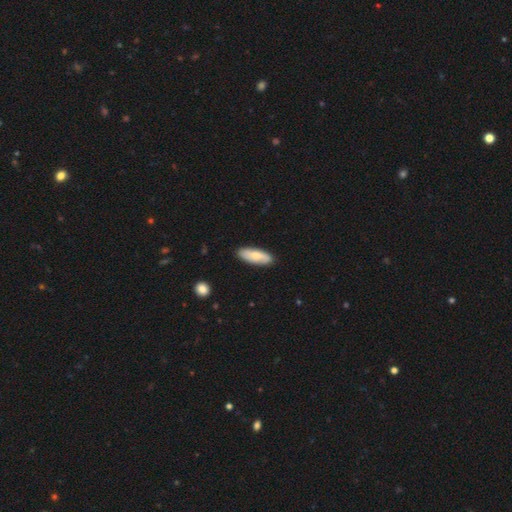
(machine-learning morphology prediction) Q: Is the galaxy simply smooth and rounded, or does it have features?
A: smooth — 68%.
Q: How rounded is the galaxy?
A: in between — 66%.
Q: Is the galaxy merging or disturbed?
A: none — 88%.